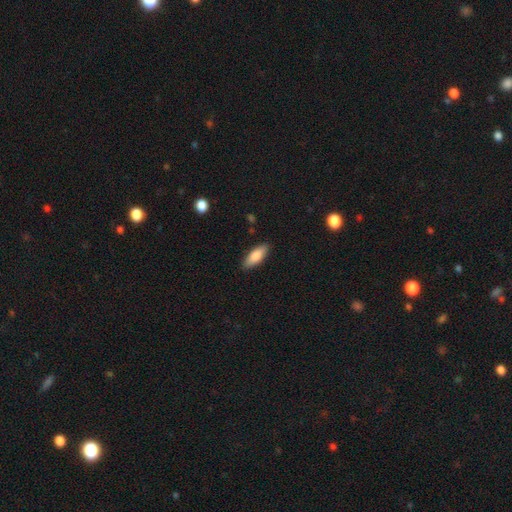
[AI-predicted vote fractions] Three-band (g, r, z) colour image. It shows a smooth galaxy with no disk features (83%) that is in between round and cigar-shaped (73%). Merging: none (87%).